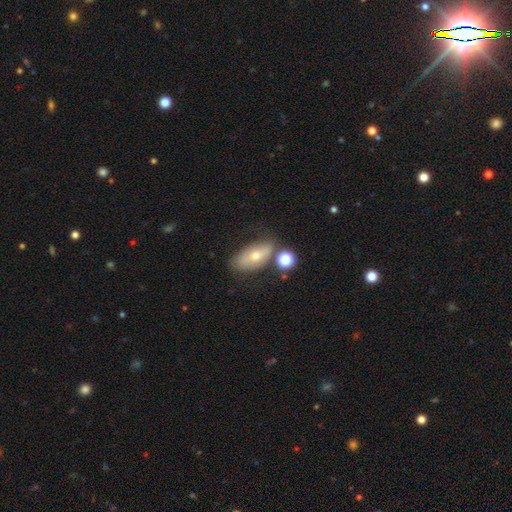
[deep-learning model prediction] Smooth or featured? Predicted: smooth (p=0.54). How rounded? Predicted: in between (p=0.84). Merging? Predicted: none (p=0.59).